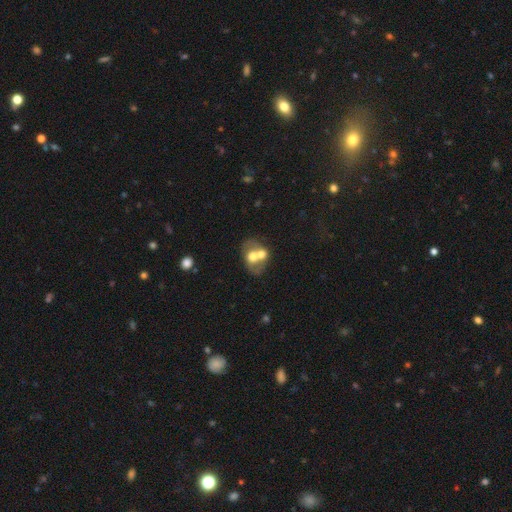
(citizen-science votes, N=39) Smooth or featured? smooth (59%)
How rounded? in between (61%)
Merging? merger (57%)